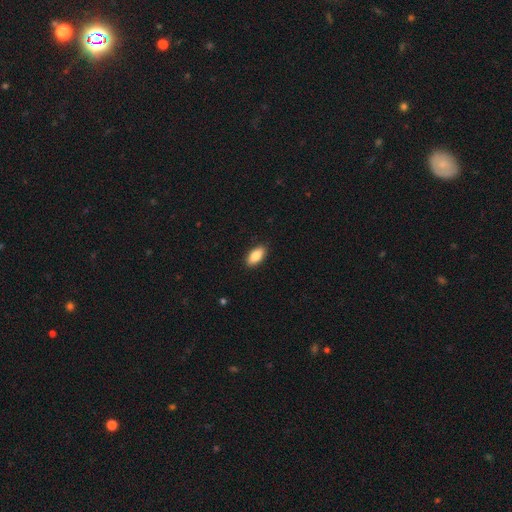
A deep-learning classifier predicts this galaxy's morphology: A smooth galaxy with no disk features (87%) that is in between round and cigar-shaped (91%).

Vote fractions:
- Smooth or featured? smooth: 87% / featured or disk: 7% / star or artifact: 7%
- How rounded? in between: 91% / cigar-shaped: 6% / round: 3%
- Merging? none: 89% / minor disturbance: 8% / major disturbance: 2% / merger: 1%